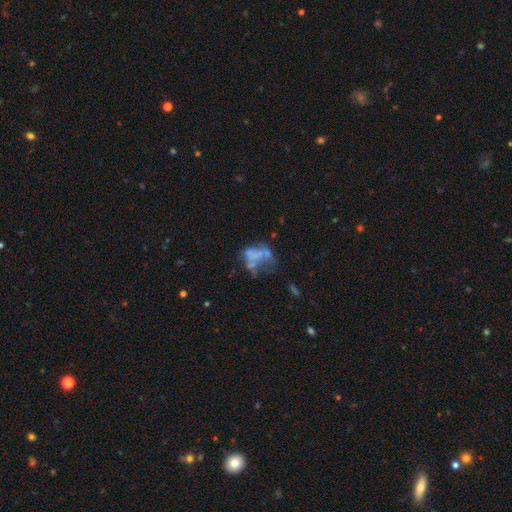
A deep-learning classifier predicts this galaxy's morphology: Overall: featured or disk (54%; smooth 31%). Edge-on disk: no (98%). Bar: no (94%). Spiral arms: no (95%). Bulge size: none (83%). Merging: major disturbance (32%; merger 26%).